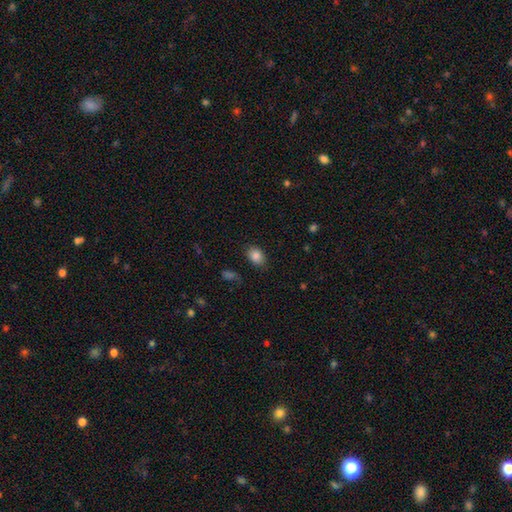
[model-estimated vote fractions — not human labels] Smooth or featured? Predicted: smooth (p=0.85). How rounded? Predicted: in between (p=0.75). Merging? Predicted: none (p=0.81).